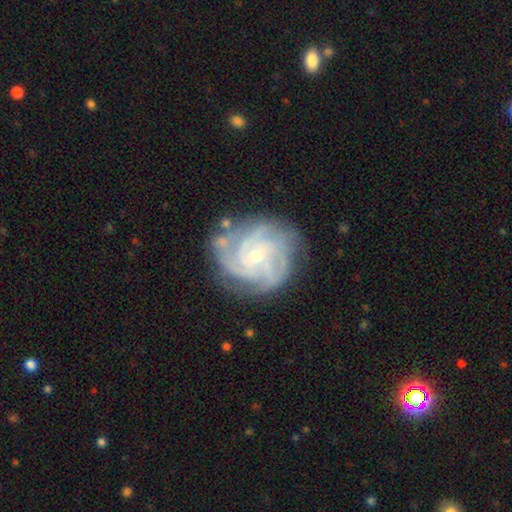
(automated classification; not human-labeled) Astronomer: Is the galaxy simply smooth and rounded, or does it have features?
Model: featured or disk — 87%.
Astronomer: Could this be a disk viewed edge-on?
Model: no — 98%.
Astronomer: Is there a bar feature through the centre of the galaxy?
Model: no — 63%.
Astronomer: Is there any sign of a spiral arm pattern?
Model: yes — 97%.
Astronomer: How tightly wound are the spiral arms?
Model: tight — 64%.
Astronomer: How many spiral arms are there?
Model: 4 — 33% (runner-up: 3, 27%).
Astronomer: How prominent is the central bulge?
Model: small — 62%.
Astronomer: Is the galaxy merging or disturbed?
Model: none — 73%.